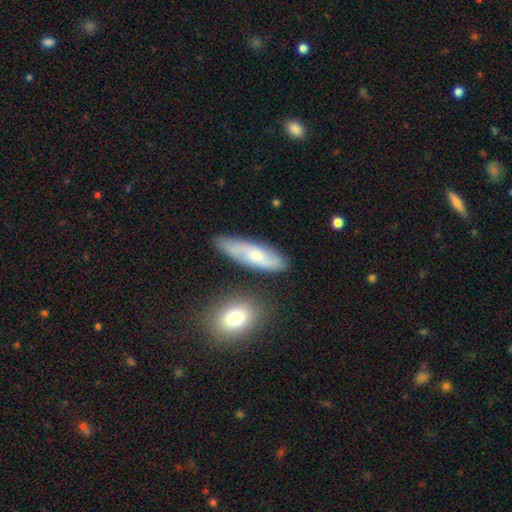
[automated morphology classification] The model was most divided on "smooth or featured": smooth: 48%, featured or disk: 46%, star or artifact: 7%. More confident: merging — none (74%).